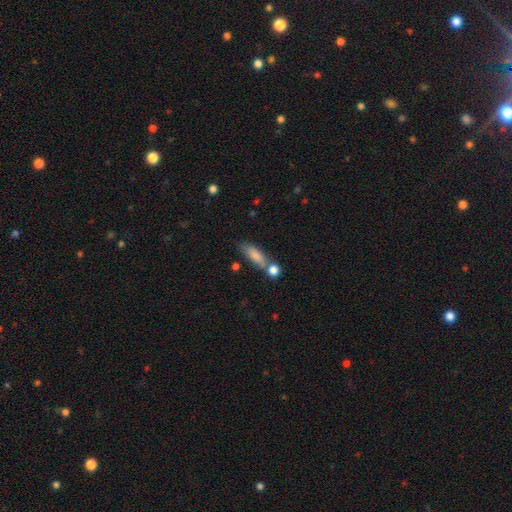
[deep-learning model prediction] Smooth or featured: smooth — 81% (featured or disk — 12%)
How rounded: in between — 53% (cigar-shaped — 43%)
Merging: none — 53% (merger — 24%)